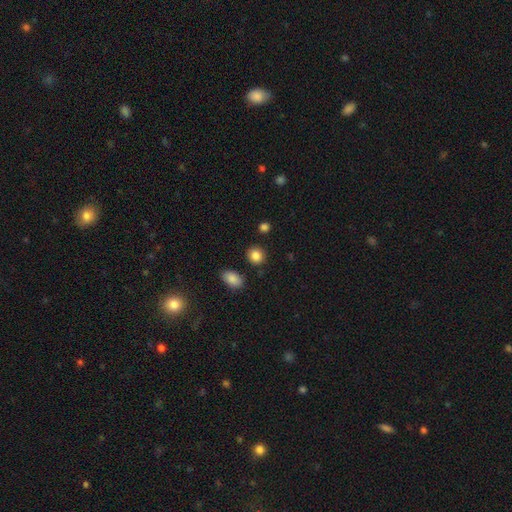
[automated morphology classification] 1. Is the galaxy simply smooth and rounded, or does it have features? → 86% smooth, 10% star or artifact, 5% featured or disk.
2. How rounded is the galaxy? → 79% round, 20% in between, 1% cigar-shaped.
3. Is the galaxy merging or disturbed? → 87% none, 7% minor disturbance, 3% merger, 2% major disturbance.